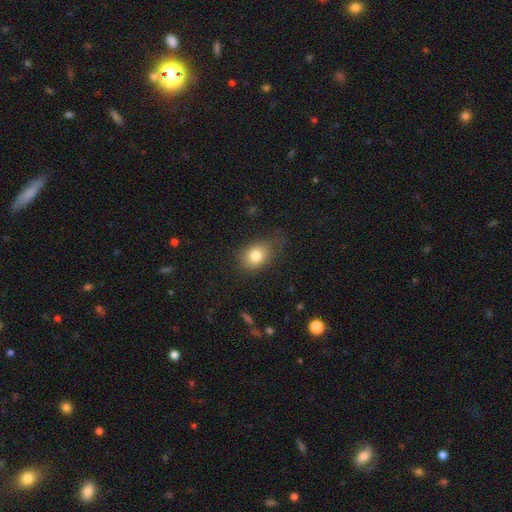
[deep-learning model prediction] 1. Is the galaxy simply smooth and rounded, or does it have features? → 80% smooth, 10% star or artifact, 10% featured or disk.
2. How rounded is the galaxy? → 61% in between, 38% round, 1% cigar-shaped.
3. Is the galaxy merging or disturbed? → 66% none, 24% minor disturbance, 8% major disturbance, 1% merger.